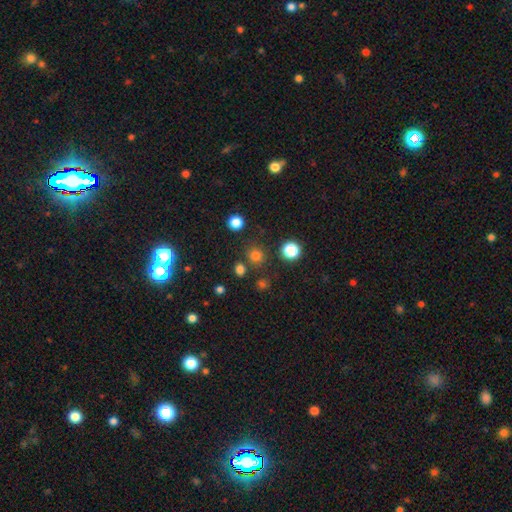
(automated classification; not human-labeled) This is likely a smooth galaxy (75%). How rounded: clearly round (88%). Merging: clearly none (82%).